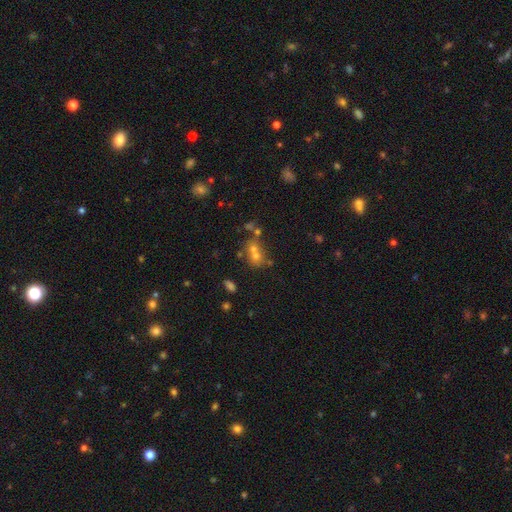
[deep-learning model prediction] A smooth galaxy with no disk features (57%) that is round (68%). Merging: merger (51%).